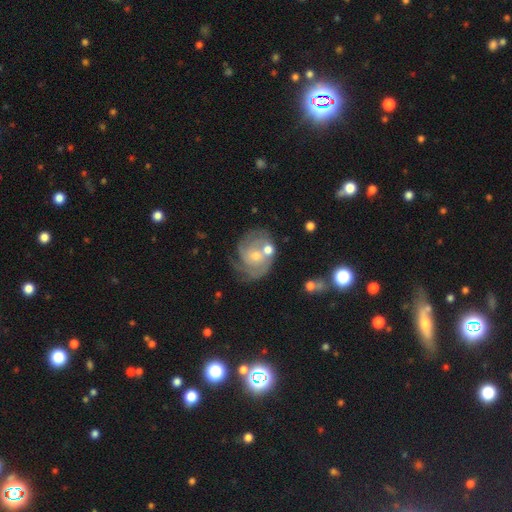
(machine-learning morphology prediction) Smooth or featured? featured or disk (81%)
Edge-on disk? no (98%)
Bar? no (73%)
Spiral arms? yes (93%)
Spiral winding? tight (61%)
Spiral arm count? can't tell (29%, tied with 3)
Bulge size? small (52%)
Merging? none (53%)